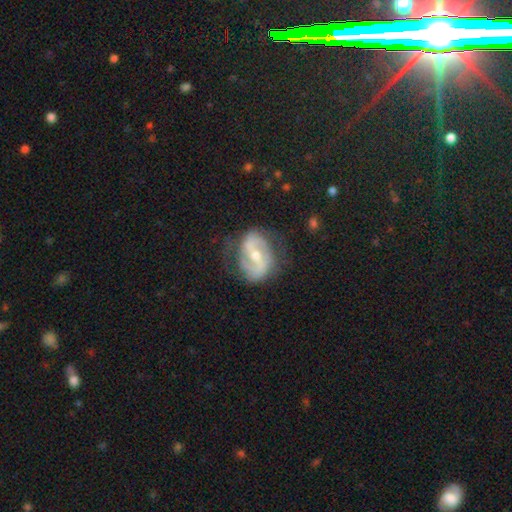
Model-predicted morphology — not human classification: Overall: featured or disk (79%). Edge-on disk: no (96%). Bar: weak (40%; strong 39%). Spiral arms: yes (86%). Spiral arm count: 2 (84%). Spiral winding: medium (44%; loose 34%). Bulge size: moderate (57%; small 38%). Merging: none (67%).